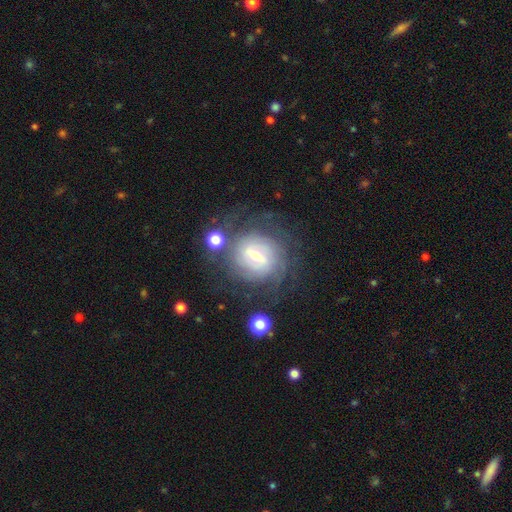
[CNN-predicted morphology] This appears to be a featured or disk galaxy (80%) with a weak bar (55%), tight (67%) spiral arms (91%) and a moderate central bulge (48%). Merging: none (65%).